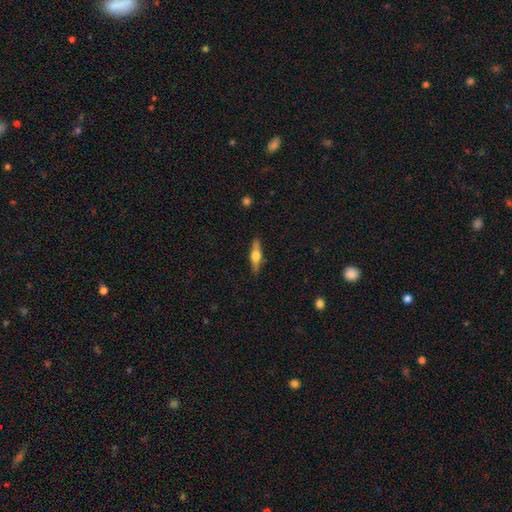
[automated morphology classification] A featured or disk galaxy (55%) viewed edge-on (94%) with a rounded central bulge (93%). Merging: none (88%).